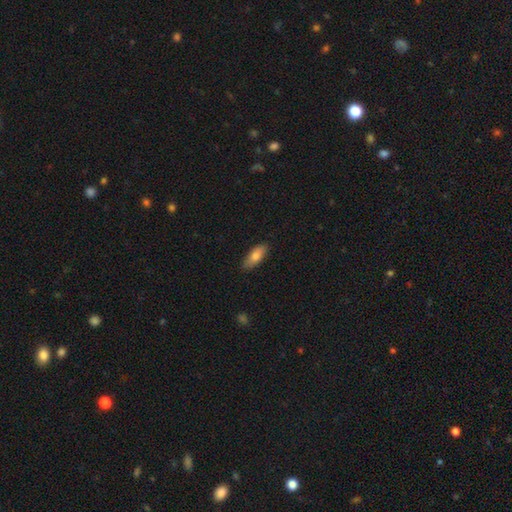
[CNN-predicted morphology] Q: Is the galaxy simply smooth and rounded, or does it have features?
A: smooth — 78%.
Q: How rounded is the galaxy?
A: in between — 74%.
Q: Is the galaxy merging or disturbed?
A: none — 85%.